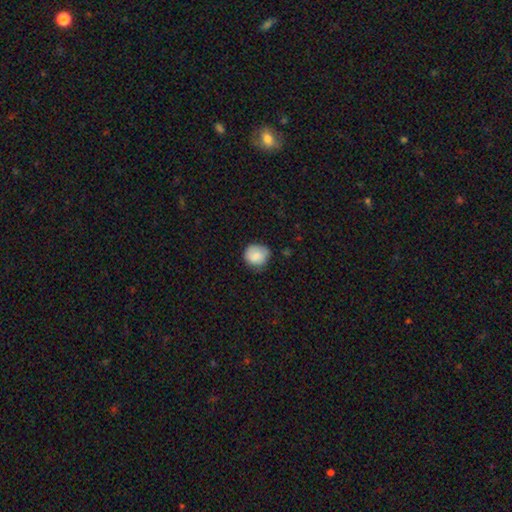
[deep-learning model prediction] Smooth or featured: smooth — 82% (featured or disk — 10%)
How rounded: round — 84% (in between — 15%)
Merging: none — 66% (minor disturbance — 27%)